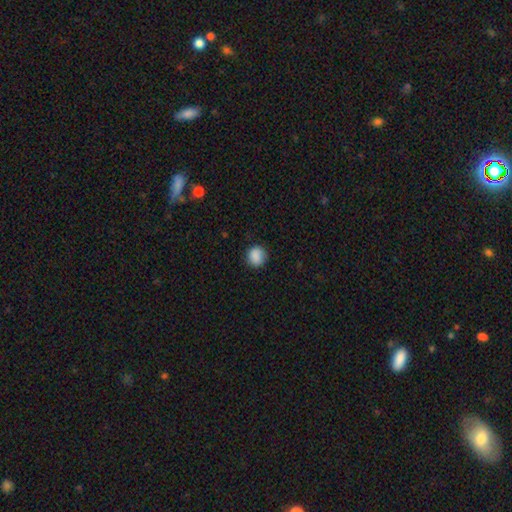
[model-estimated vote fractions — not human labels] The model was most divided on "how rounded": round: 82%, in between: 17%, cigar-shaped: 1%. More confident: smooth or featured — smooth (87%); merging — none (83%).